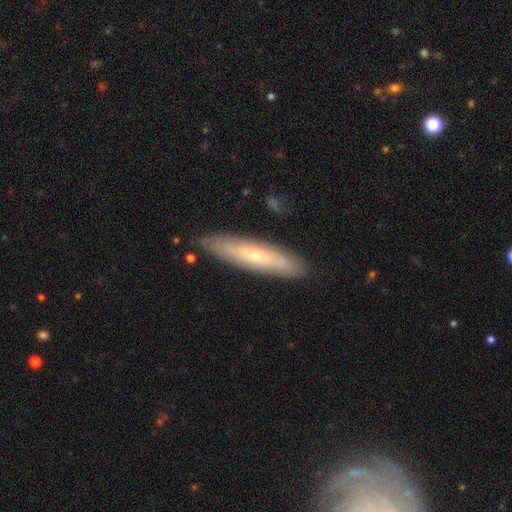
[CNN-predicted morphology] Smooth or featured?
  - smooth: 48% *
  - featured or disk: 46%
  - star or artifact: 6%
Merging?
  - none: 85% *
  - minor disturbance: 12%
  - major disturbance: 2%
  - merger: 1%